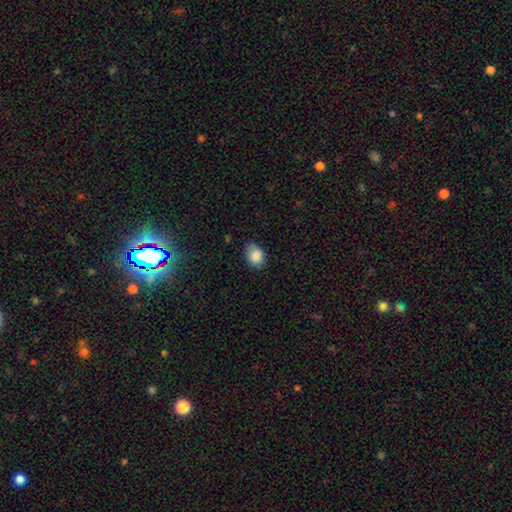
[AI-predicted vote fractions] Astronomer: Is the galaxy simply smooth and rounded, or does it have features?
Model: smooth — 87%.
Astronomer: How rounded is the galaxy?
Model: in between — 77%.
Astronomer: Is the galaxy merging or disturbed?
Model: none — 72%.